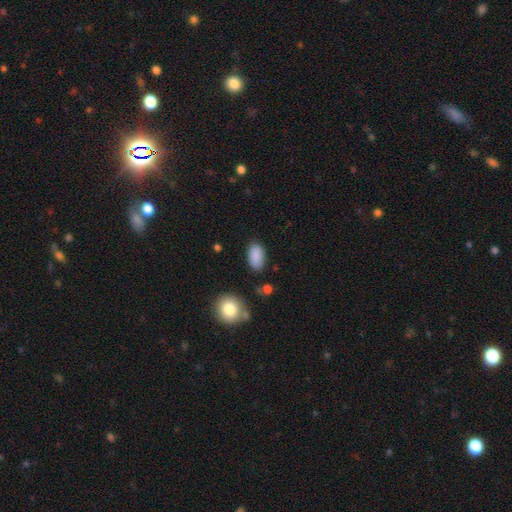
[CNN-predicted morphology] A smooth galaxy with no disk features (88%) that is in between round and cigar-shaped (93%). Merging: none (82%).